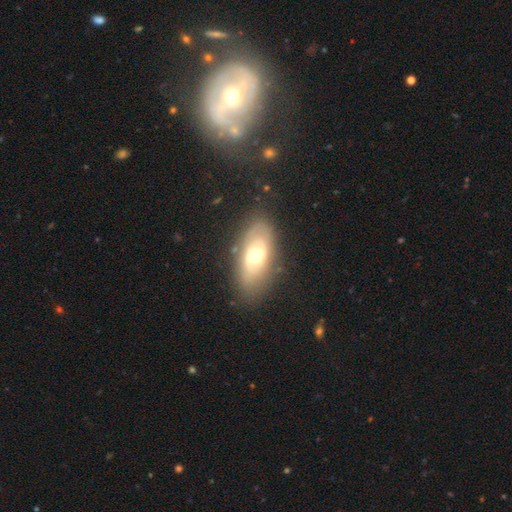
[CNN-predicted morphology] The model was most divided on "smooth or featured": featured or disk: 50%, smooth: 42%, star or artifact: 8%. More confident: edge-on disk — no (85%); merging — none (77%).